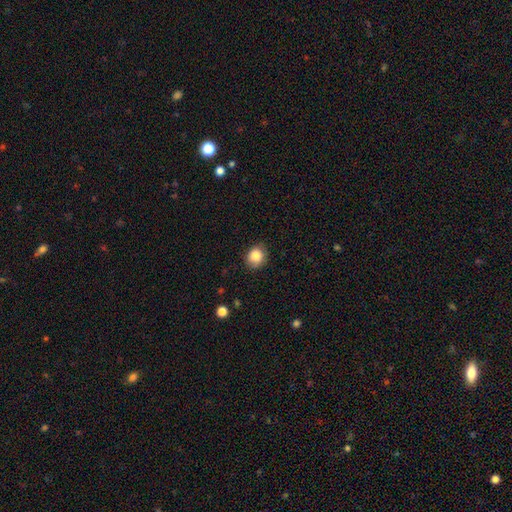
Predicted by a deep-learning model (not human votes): Morphology: type=smooth (87%); roundness=round (66%); merging=none (79%).